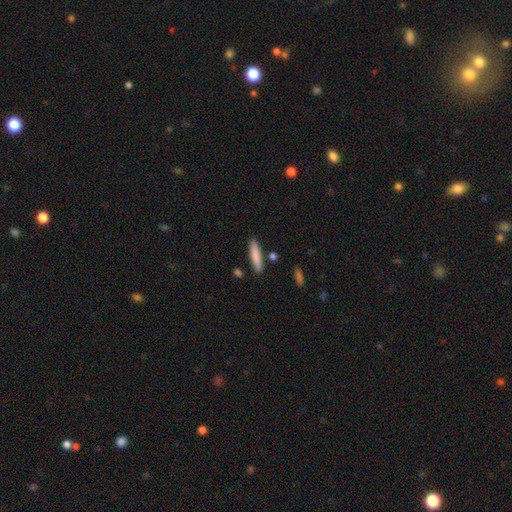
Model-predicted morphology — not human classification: This appears to be a smooth galaxy with no disk features (85%) that is cigar-shaped (83%). Merging: none (86%).